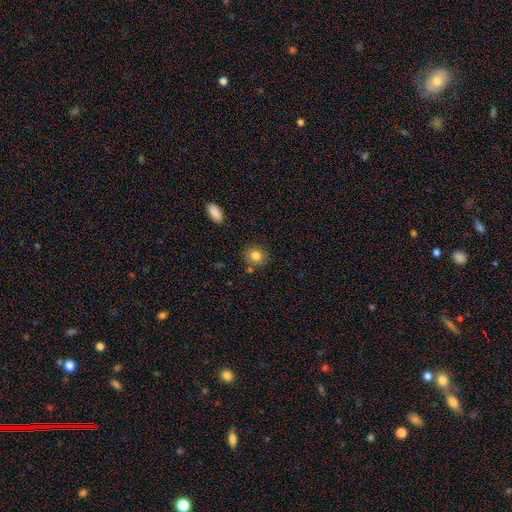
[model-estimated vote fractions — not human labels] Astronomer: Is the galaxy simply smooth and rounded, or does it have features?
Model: smooth — 81%.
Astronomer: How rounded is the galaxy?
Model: round — 77%.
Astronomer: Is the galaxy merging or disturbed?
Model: none — 81%.